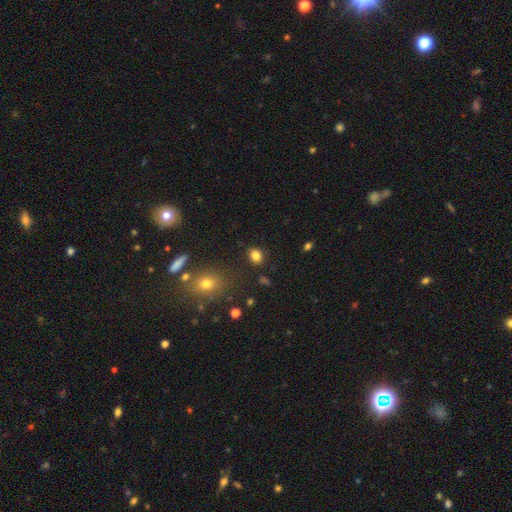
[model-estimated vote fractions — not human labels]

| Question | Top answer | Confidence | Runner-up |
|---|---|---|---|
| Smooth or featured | smooth | 83% | star or artifact (12%) |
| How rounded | round | 51% | in between (48%) |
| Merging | none | 85% | minor disturbance (10%) |